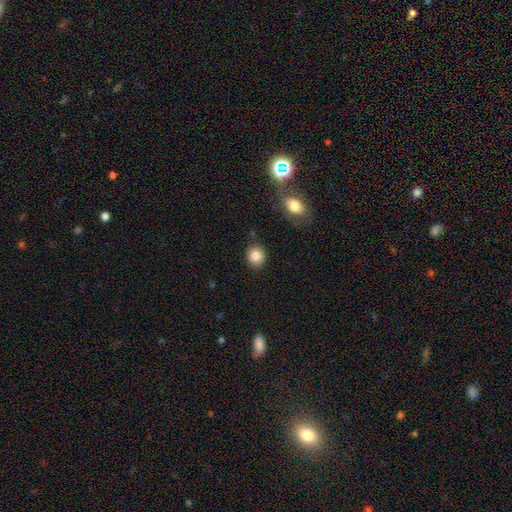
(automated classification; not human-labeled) The model was most divided on "how rounded": round: 77%, in between: 22%, cigar-shaped: 1%. More confident: merging — none (87%); smooth or featured — smooth (85%).